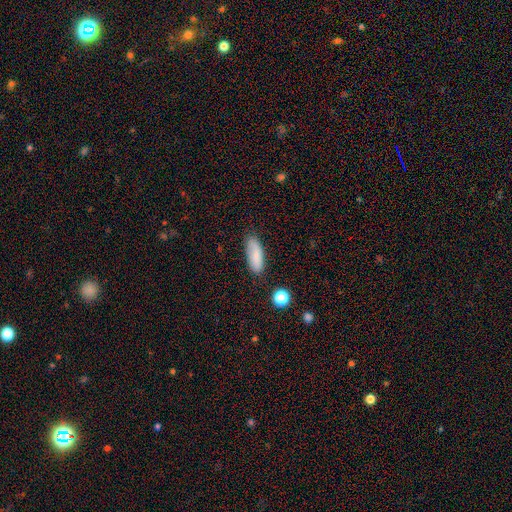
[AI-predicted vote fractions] Smooth or featured? Predicted: smooth (p=0.83). How rounded? Predicted: in between (p=0.66). Merging? Predicted: none (p=0.76).